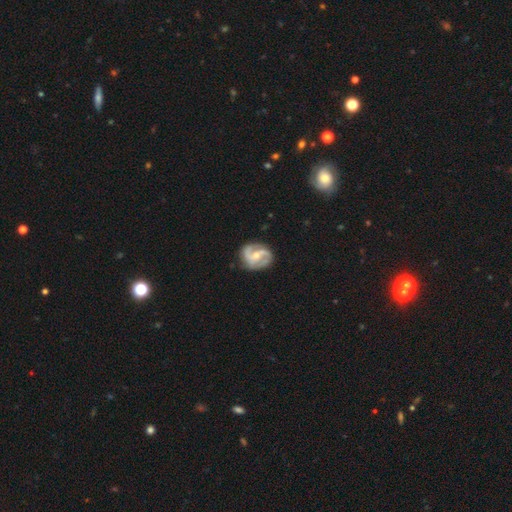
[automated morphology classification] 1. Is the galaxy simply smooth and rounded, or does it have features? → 86% featured or disk, 9% smooth, 5% star or artifact.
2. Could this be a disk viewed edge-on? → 98% no, 2% yes.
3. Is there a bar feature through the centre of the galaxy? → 45% weak, 33% no, 21% strong.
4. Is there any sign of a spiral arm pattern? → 96% yes, 4% no.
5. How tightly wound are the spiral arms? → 50% medium, 28% loose, 23% tight.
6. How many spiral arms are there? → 77% 2, 11% 3, 6% can't tell, 2% 1, 2% 4, 2% more than 4.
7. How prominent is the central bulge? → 48% small, 47% moderate, 2% none, 2% large, 1% dominant.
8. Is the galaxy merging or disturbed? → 76% none, 17% minor disturbance, 6% major disturbance, 2% merger.